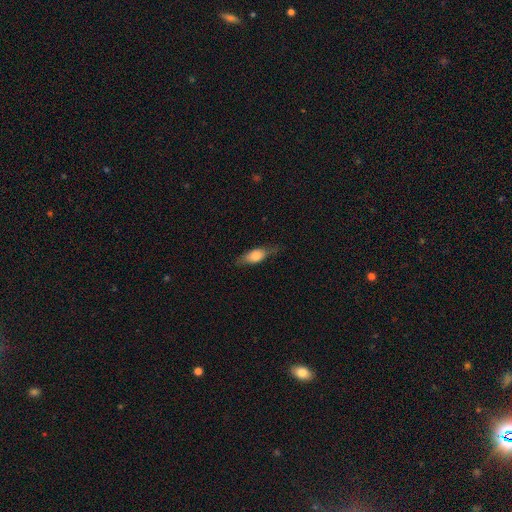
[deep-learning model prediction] Q: Smooth or featured?
A: smooth (66%); runner-up: featured or disk (27%)
Q: How rounded?
A: in between (68%); runner-up: cigar-shaped (28%)
Q: Merging?
A: none (73%); runner-up: minor disturbance (20%)